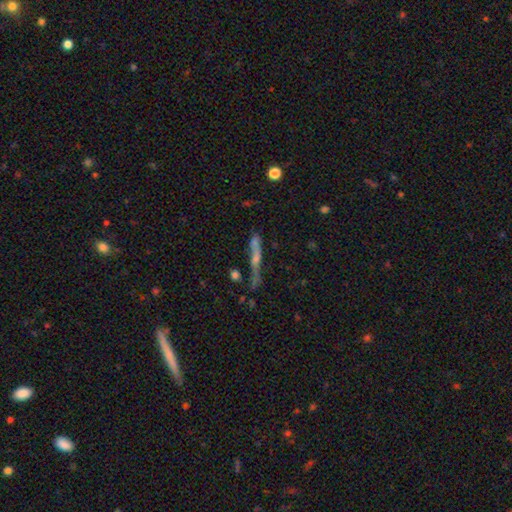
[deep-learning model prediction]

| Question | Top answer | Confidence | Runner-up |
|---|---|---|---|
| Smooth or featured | featured or disk | 57% | smooth (29%) |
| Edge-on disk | yes | 85% | no (15%) |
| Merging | none | 60% | minor disturbance (18%) |